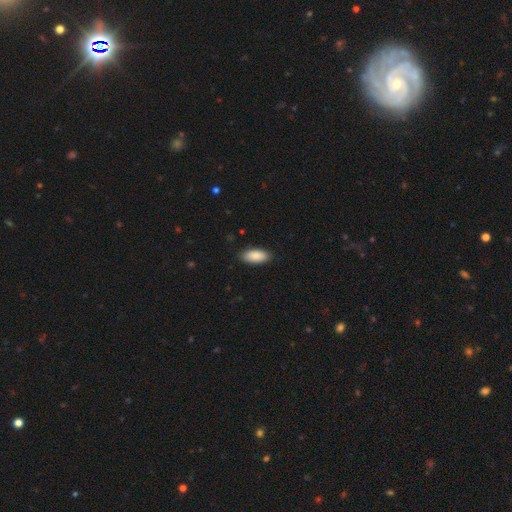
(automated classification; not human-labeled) Smooth or featured?
  - smooth: 89% *
  - star or artifact: 6%
  - featured or disk: 5%
How rounded?
  - in between: 90% *
  - cigar-shaped: 8%
  - round: 2%
Merging?
  - none: 88% *
  - minor disturbance: 9%
  - major disturbance: 2%
  - merger: 1%